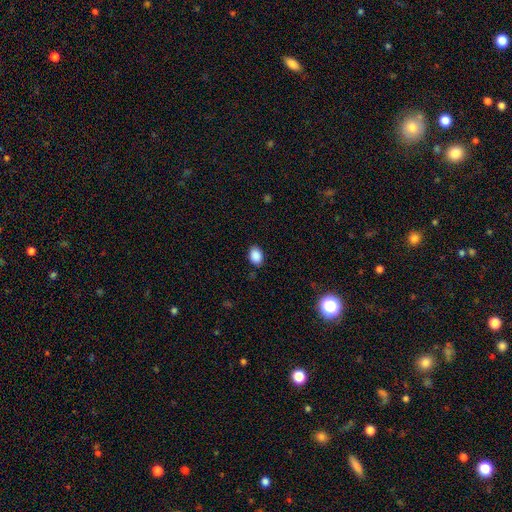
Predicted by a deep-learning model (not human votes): smooth-or-featured: smooth: 89% | star or artifact: 8% | featured or disk: 3%
  how-rounded: in between: 77% | round: 22% | cigar-shaped: 1%
  merging: none: 87% | minor disturbance: 10% | major disturbance: 2% | merger: 1%